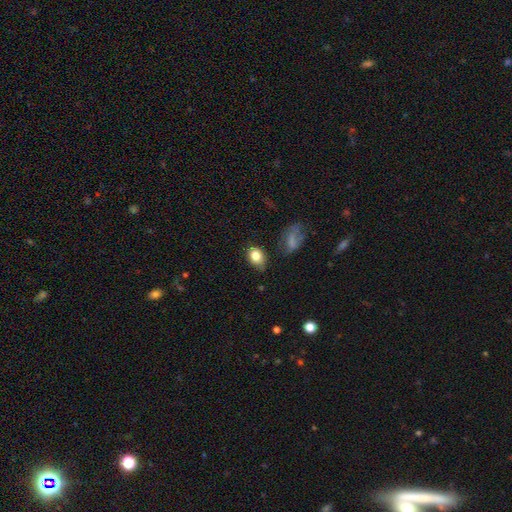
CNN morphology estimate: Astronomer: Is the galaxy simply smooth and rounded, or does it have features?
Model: smooth — 81%.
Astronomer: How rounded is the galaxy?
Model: in between — 72%.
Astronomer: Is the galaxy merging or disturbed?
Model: none — 65%.